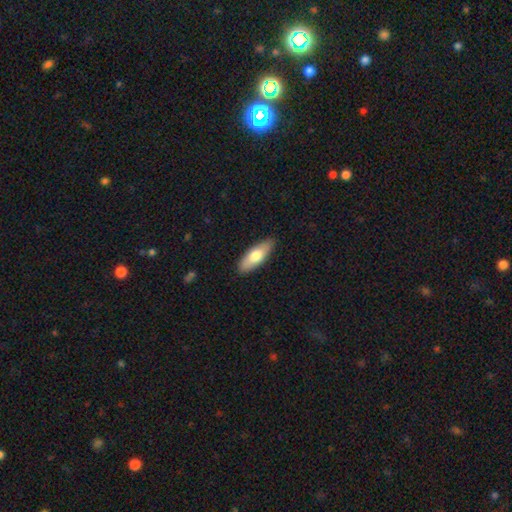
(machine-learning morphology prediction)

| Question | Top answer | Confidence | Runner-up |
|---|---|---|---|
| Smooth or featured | smooth | 70% | featured or disk (25%) |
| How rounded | in between | 65% | cigar-shaped (33%) |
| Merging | none | 89% | minor disturbance (9%) |